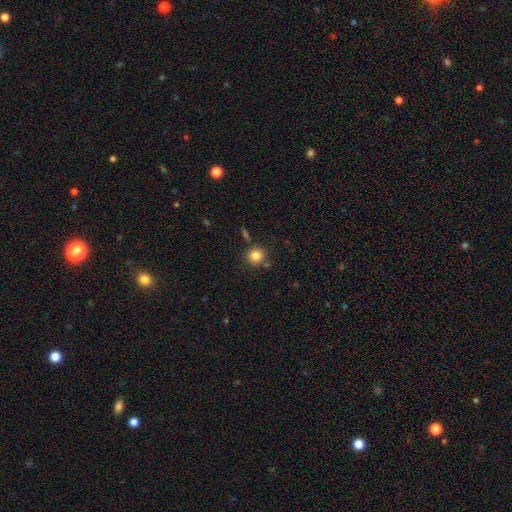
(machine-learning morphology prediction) smooth-or-featured: smooth: 83% | star or artifact: 11% | featured or disk: 6%
  how-rounded: round: 91% | in between: 8% | cigar-shaped: 1%
  merging: none: 80% | minor disturbance: 10% | merger: 7% | major disturbance: 3%